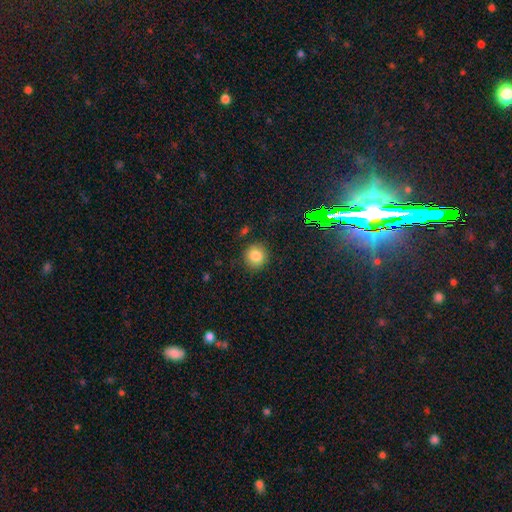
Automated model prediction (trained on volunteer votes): This appears to be a smooth galaxy with no disk features (83%) that is round (90%). Merging: none (86%).